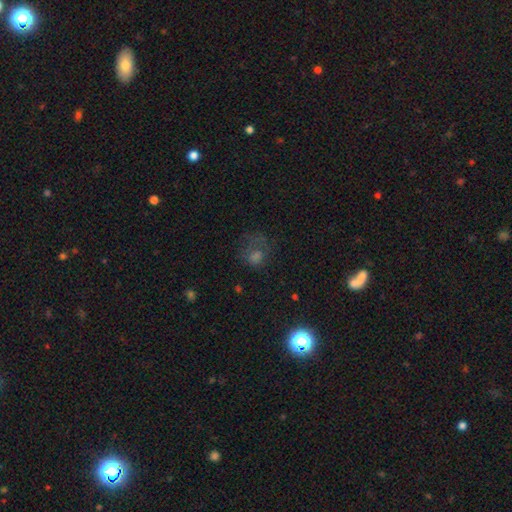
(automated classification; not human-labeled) Morphology: type=smooth (48%); merging=none (49%).